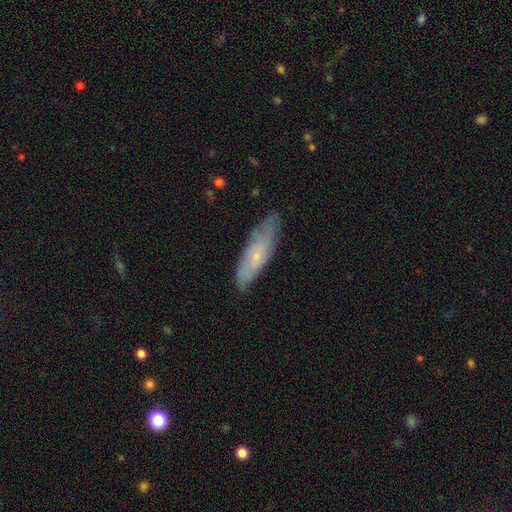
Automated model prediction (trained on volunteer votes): Q: Smooth or featured?
A: featured or disk (49%); runner-up: smooth (44%)
Q: Merging?
A: none (77%); runner-up: minor disturbance (19%)